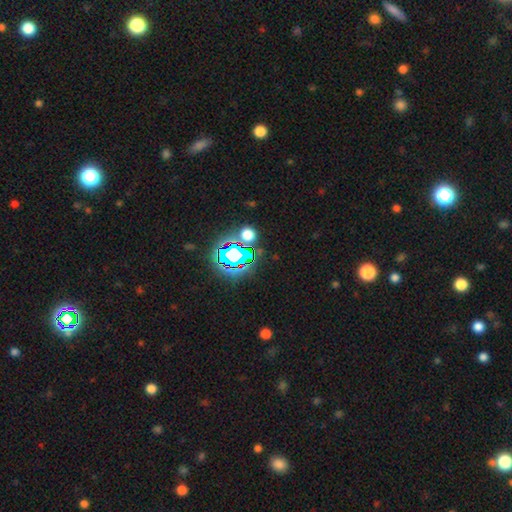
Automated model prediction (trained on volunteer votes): Smooth or featured: star or artifact — 79% (smooth — 13%)